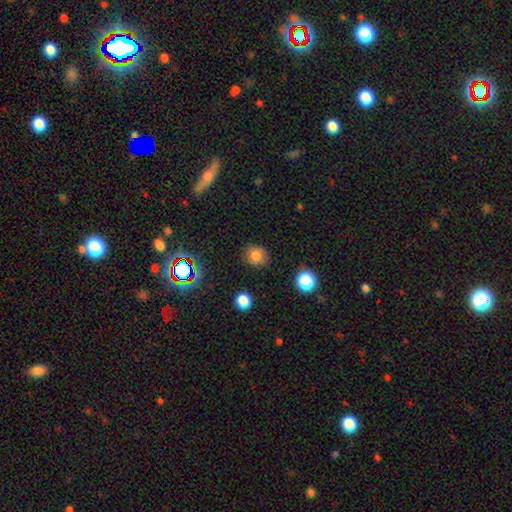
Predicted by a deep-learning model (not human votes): Smooth or featured: smooth — 79% (star or artifact — 14%)
How rounded: round — 78% (in between — 21%)
Merging: none — 84% (minor disturbance — 11%)